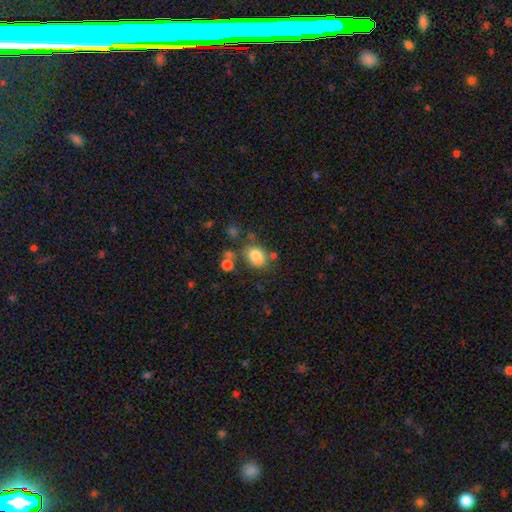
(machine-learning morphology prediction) Overall: smooth (82%). How rounded: in between (61%; round 38%). Merging: none (66%).